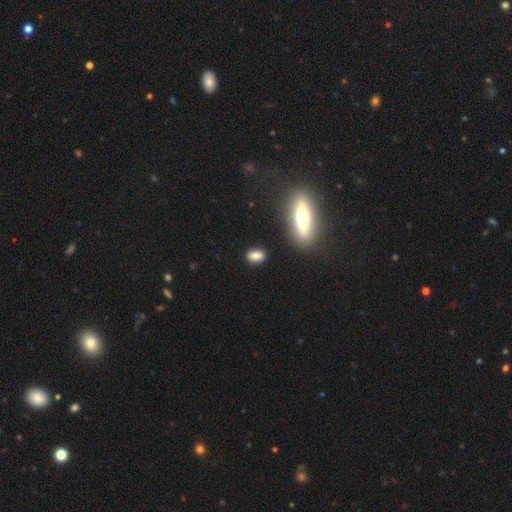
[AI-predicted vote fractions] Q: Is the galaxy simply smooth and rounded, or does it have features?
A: smooth — 81%.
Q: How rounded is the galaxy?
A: in between — 78%.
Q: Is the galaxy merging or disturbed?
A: none — 84%.